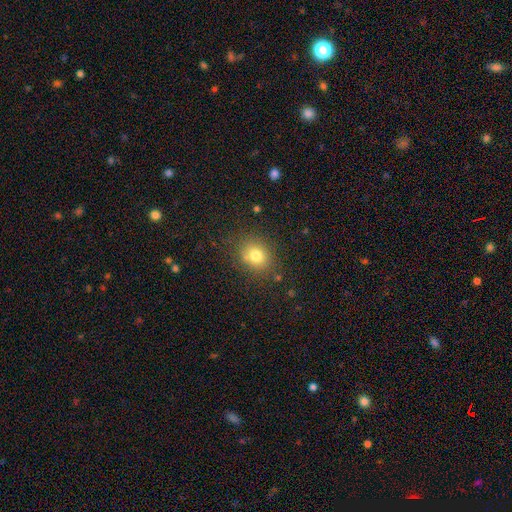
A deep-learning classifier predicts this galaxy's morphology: This appears to be a smooth galaxy with no disk features (78%) that is round (64%). Merging: none (79%).